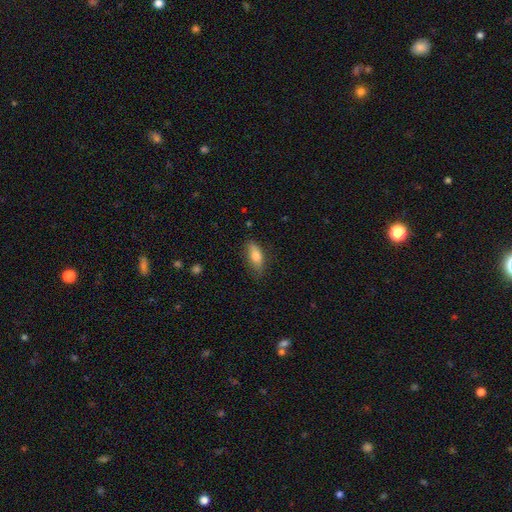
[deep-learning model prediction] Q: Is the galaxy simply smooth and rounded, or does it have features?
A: smooth — 76%.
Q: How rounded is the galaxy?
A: in between — 75%.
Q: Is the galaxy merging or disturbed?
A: none — 75%.